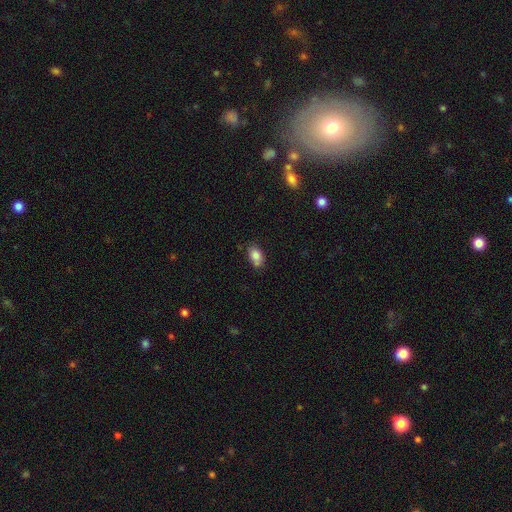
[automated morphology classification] smooth_or_featured: smooth (p=0.83) [alt: featured or disk p=0.09]
how_rounded: in between (p=0.86) [alt: round p=0.12]
merging: none (p=0.66) [alt: minor disturbance p=0.22]